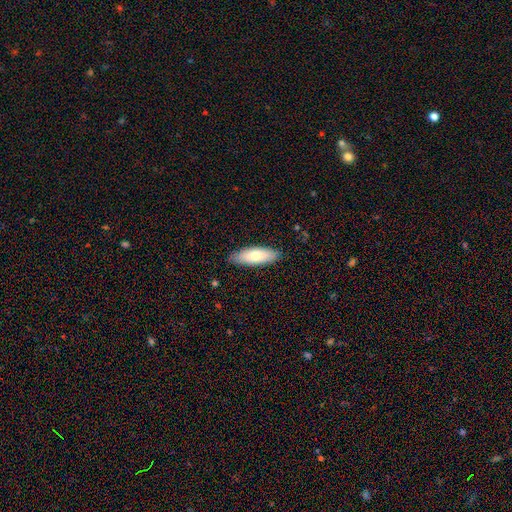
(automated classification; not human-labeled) This is likely a smooth galaxy (72%). How rounded: likely in between (62%). Merging: clearly none (87%).